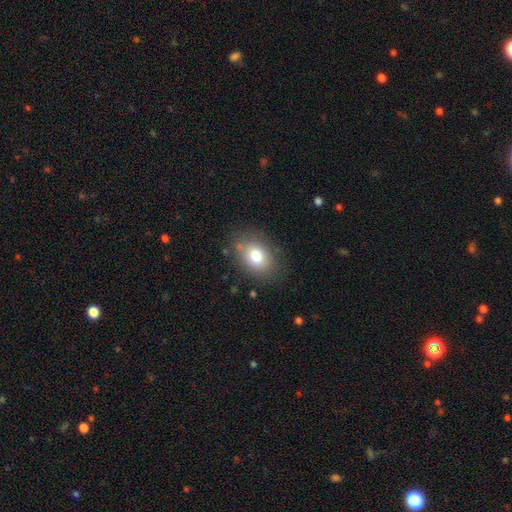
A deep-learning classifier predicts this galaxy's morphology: A smooth galaxy with no disk features (80%) that is in between round and cigar-shaped (76%). Merging: none (78%).